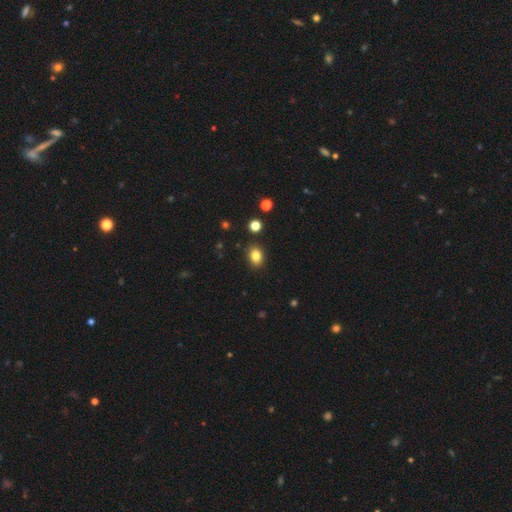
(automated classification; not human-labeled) Morphology: type=smooth (83%); roundness=in between (66%); merging=none (87%).